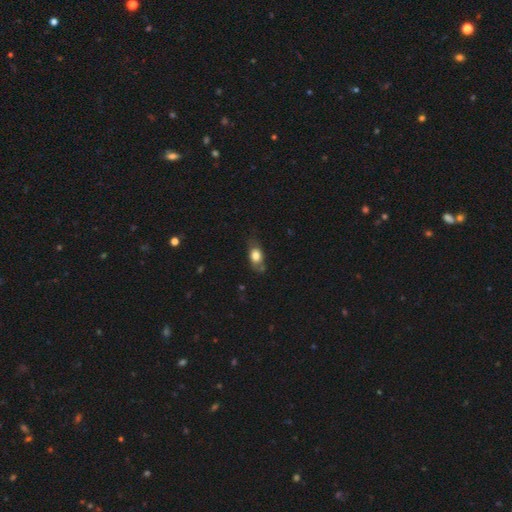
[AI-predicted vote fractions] Morphology: type=smooth (72%); roundness=in between (81%); merging=none (64%).